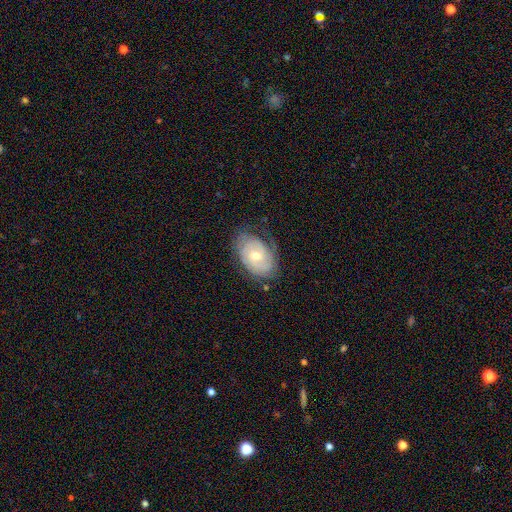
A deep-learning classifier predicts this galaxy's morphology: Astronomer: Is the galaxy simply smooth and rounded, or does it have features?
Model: featured or disk — 69%.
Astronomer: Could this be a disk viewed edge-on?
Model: no — 95%.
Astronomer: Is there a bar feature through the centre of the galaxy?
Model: no — 60%.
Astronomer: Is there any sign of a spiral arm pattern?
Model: yes — 84%.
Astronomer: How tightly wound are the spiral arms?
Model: tight — 65%.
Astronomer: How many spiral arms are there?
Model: can't tell — 46% (runner-up: 2, 32%).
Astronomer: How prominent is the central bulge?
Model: moderate — 58% (runner-up: small, 38%).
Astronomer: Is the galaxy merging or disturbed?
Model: none — 65%.